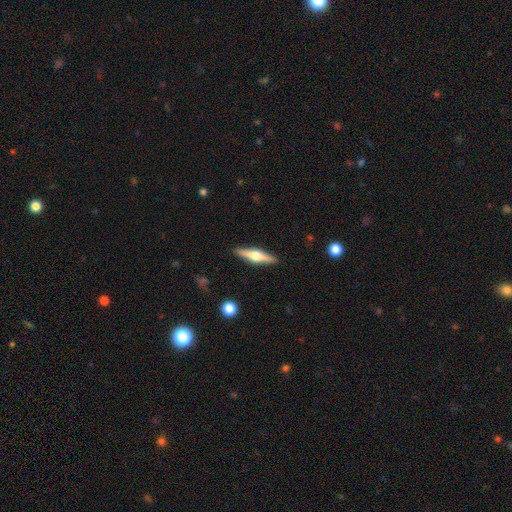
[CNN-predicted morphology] smooth_or_featured: featured or disk (p=0.66) [alt: smooth p=0.29]
disk_edge_on: yes (p=0.97) [alt: no p=0.03]
edge_on_bulge: rounded (p=0.93) [alt: boxy p=0.05]
merging: none (p=0.90) [alt: minor disturbance p=0.07]